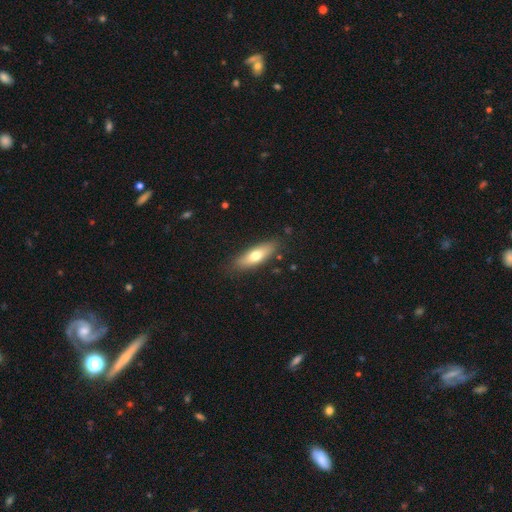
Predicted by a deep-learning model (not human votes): smooth 66%, featured or disk 28%, star or artifact 6%. Down the decision tree: how rounded — in between (54%); merging — none (83%).